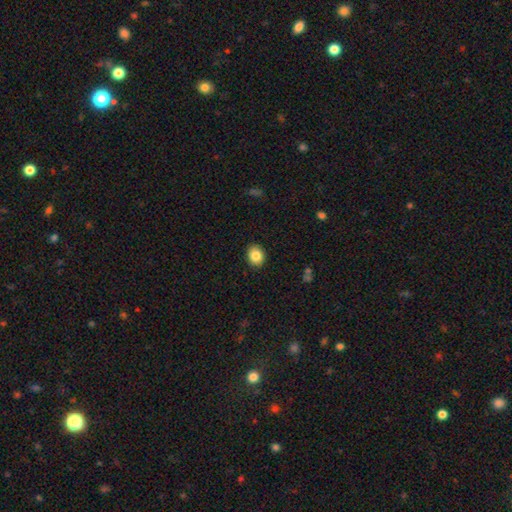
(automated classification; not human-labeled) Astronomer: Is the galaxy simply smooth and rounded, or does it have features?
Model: smooth — 85%.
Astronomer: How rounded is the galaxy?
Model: round — 56% (runner-up: in between, 43%).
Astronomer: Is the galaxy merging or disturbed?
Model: none — 90%.